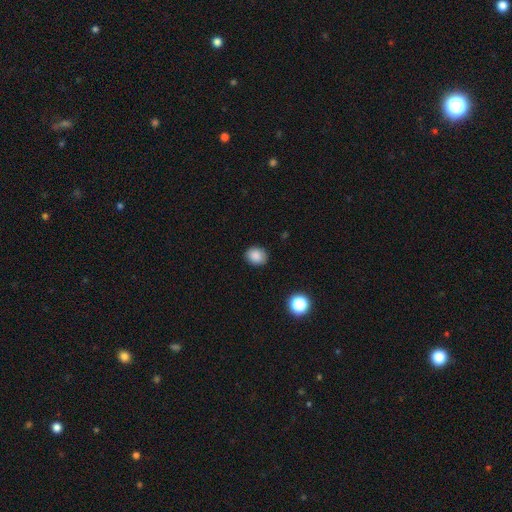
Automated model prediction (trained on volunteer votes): The model was most divided on "how rounded": round: 65%, in between: 34%, cigar-shaped: 1%. More confident: merging — none (87%); smooth or featured — smooth (86%).